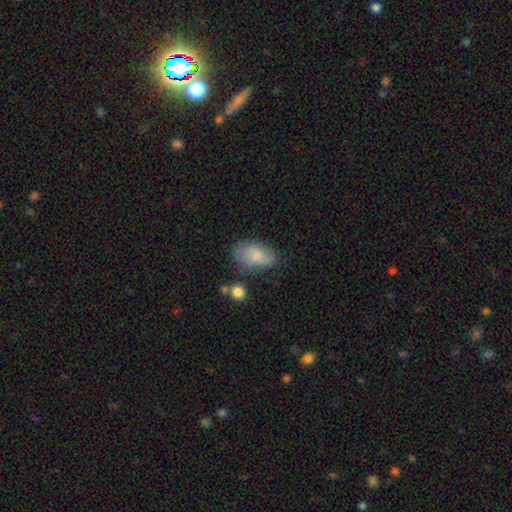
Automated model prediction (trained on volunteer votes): smooth-or-featured: smooth: 78% | featured or disk: 15% | star or artifact: 7%
  how-rounded: in between: 91% | round: 7% | cigar-shaped: 2%
  merging: none: 62% | minor disturbance: 26% | major disturbance: 8% | merger: 5%